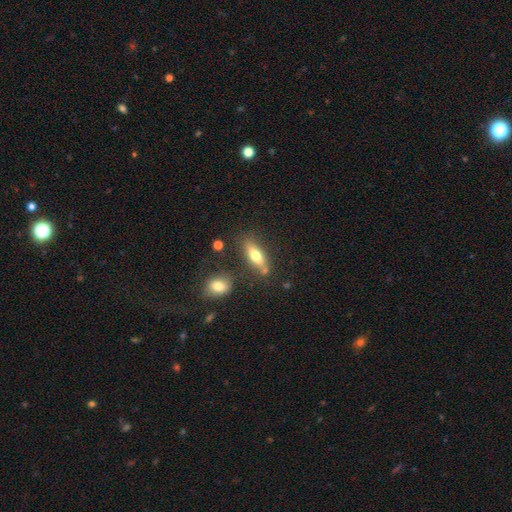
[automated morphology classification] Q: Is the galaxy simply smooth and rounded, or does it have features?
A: smooth — 67%.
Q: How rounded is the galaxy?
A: in between — 60%.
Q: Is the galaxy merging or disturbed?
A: none — 72%.